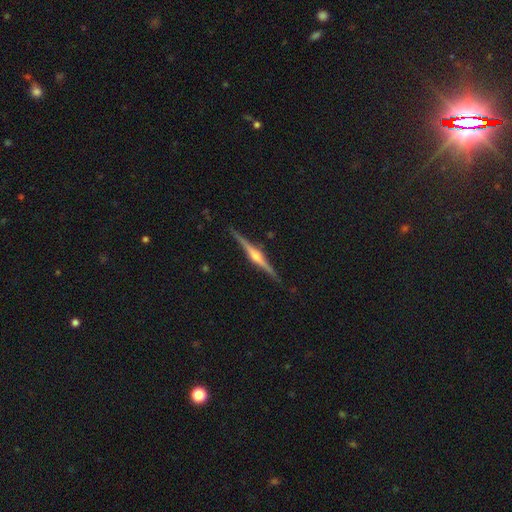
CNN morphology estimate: type=featured or disk (85%); edge-on=yes (99%); edge-on bulge=rounded (86%); merging=none (90%).